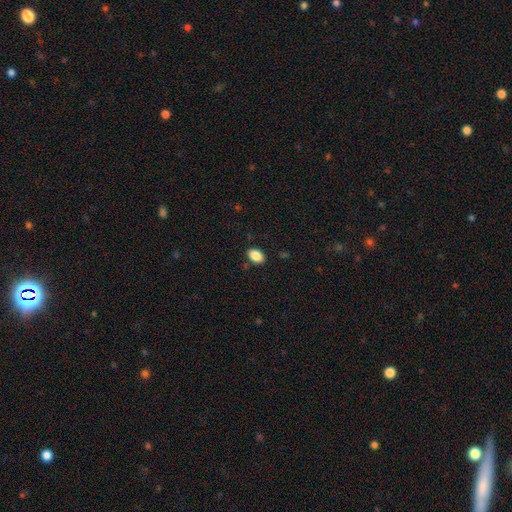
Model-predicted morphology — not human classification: Q: Smooth or featured?
A: smooth (88%); runner-up: star or artifact (8%)
Q: How rounded?
A: in between (84%); runner-up: round (15%)
Q: Merging?
A: none (86%); runner-up: minor disturbance (10%)